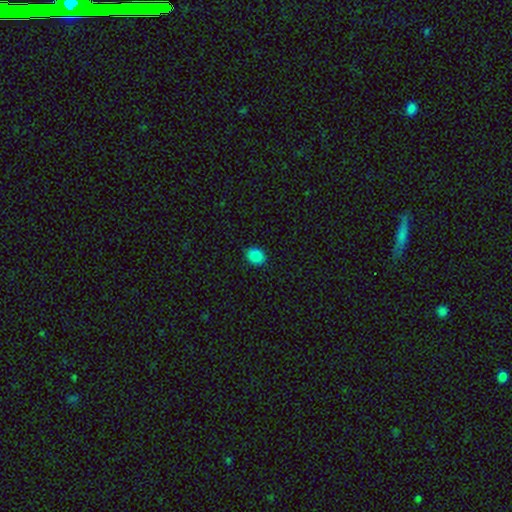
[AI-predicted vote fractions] This appears to be a smooth galaxy with no disk features (87%) that is in between round and cigar-shaped (52%). Merging: none (88%).